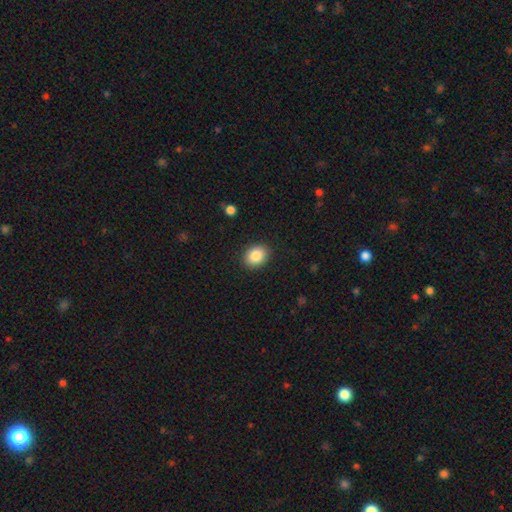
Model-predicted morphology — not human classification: Smooth or featured: smooth — 86% (star or artifact — 8%)
How rounded: in between — 56% (round — 43%)
Merging: none — 90% (minor disturbance — 7%)